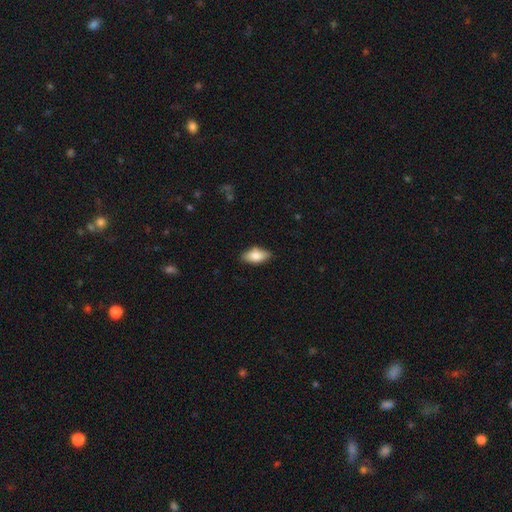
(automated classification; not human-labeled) This appears to be a smooth galaxy with no disk features (81%) that is in between round and cigar-shaped (89%). Merging: none (84%).